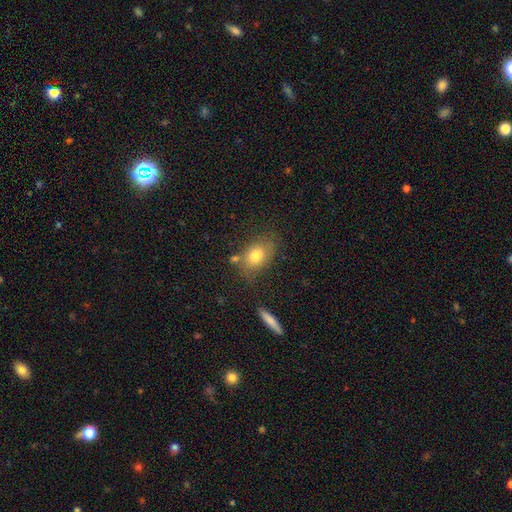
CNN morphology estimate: Smooth or featured? Predicted: smooth (p=0.76). How rounded? Predicted: in between (p=0.75). Merging? Predicted: none (p=0.68).